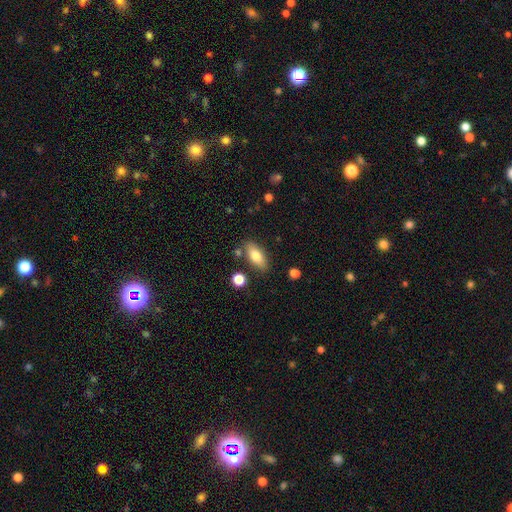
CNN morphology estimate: Smooth or featured?
  - smooth: 75% *
  - featured or disk: 18%
  - star or artifact: 7%
How rounded?
  - in between: 82% *
  - cigar-shaped: 15%
  - round: 4%
Merging?
  - none: 81% *
  - minor disturbance: 12%
  - merger: 5%
  - major disturbance: 3%